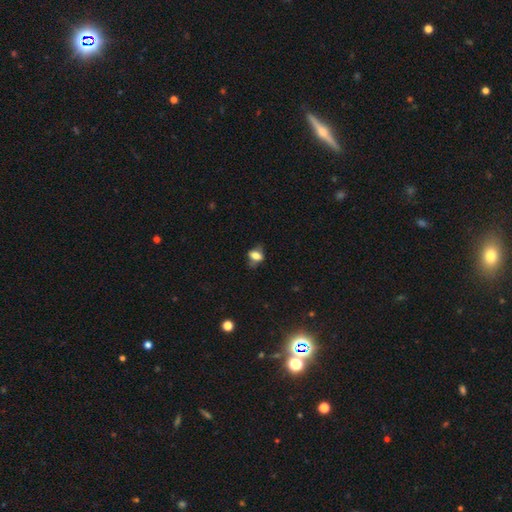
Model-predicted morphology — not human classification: A smooth galaxy with no disk features (64%) that is in between round and cigar-shaped (74%).

Vote fractions:
- Smooth or featured? smooth: 64% / featured or disk: 25% / star or artifact: 12%
- How rounded? in between: 74% / round: 21% / cigar-shaped: 6%
- Merging? none: 62% / minor disturbance: 24% / major disturbance: 11% / merger: 4%